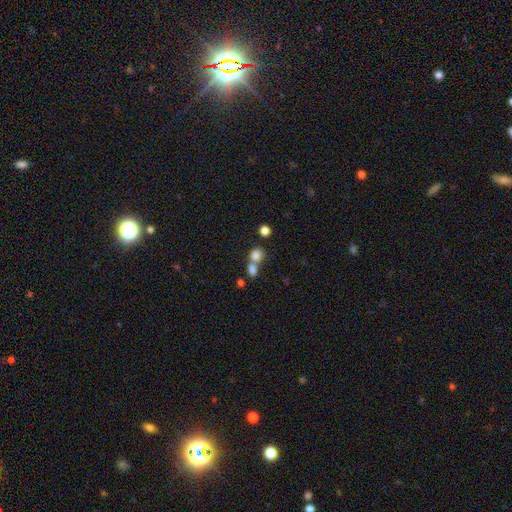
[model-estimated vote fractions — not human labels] Smooth or featured: smooth — 80% (star or artifact — 11%)
How rounded: round — 66% (in between — 33%)
Merging: merger — 54% (none — 35%)